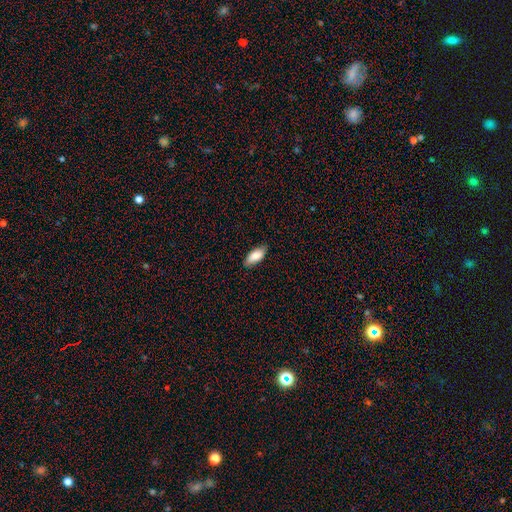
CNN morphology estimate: Smooth or featured? smooth (82%)
How rounded? in between (85%)
Merging? none (83%)